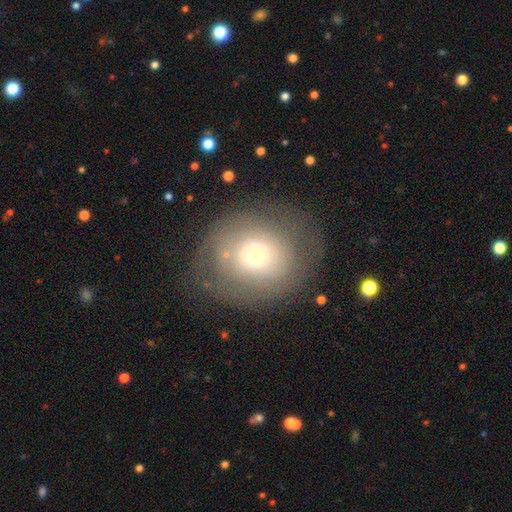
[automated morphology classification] This is possibly a smooth galaxy (46%). Merging: likely none (69%).